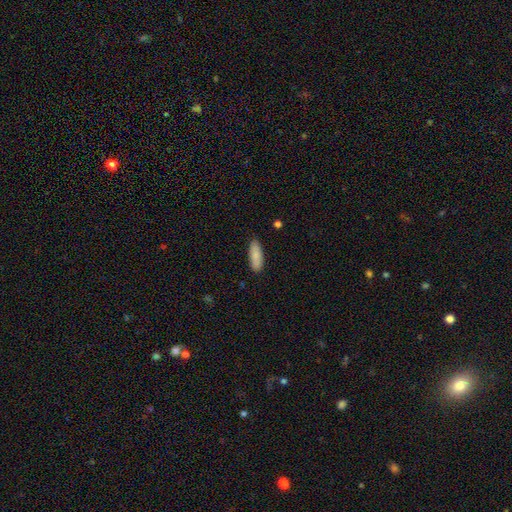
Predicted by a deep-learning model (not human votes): Smooth or featured? Predicted: smooth (p=0.86). How rounded? Predicted: in between (p=0.65). Merging? Predicted: none (p=0.87).